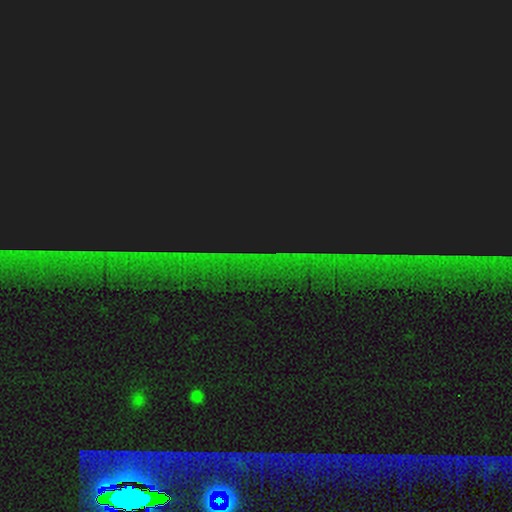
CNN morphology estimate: Smooth or featured?
  - star or artifact: 85% *
  - featured or disk: 8%
  - smooth: 7%